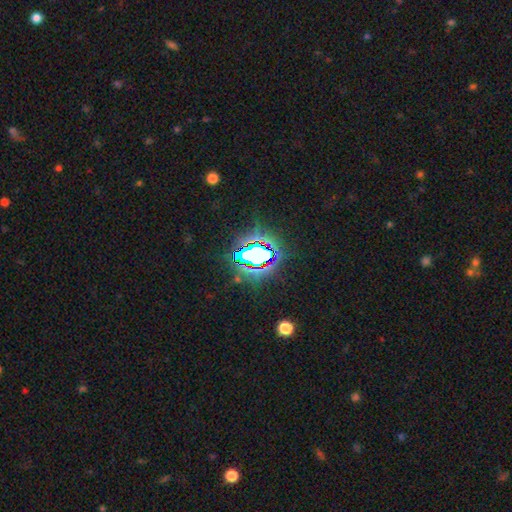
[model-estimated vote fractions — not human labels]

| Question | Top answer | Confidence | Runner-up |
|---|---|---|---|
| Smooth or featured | star or artifact | 70% | smooth (18%) |